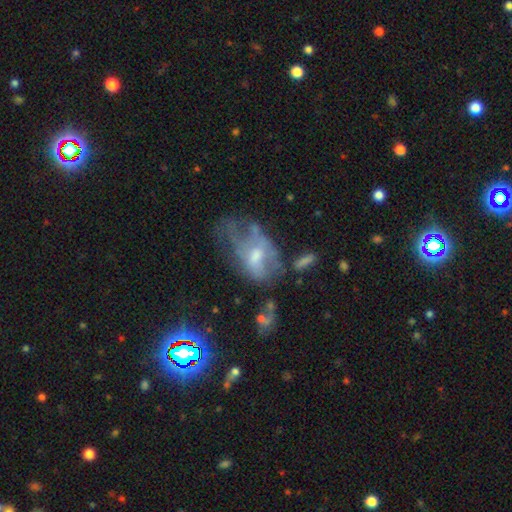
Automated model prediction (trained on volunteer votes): This is possibly a featured or disk galaxy (52%). It is clearly not viewed edge-on (94%). Merging: marginally major disturbance (41%).